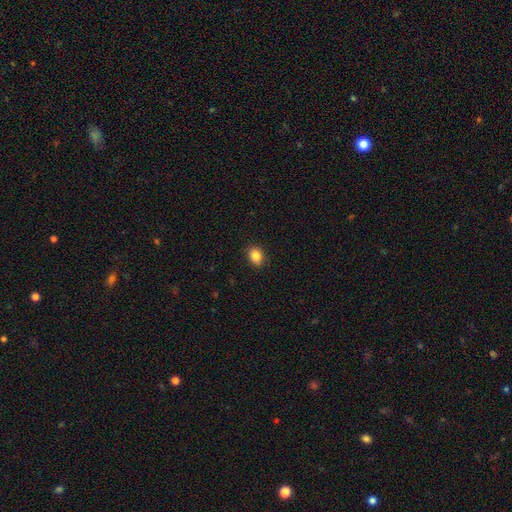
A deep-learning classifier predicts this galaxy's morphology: type=smooth (86%); roundness=in between (56%); merging=none (89%).